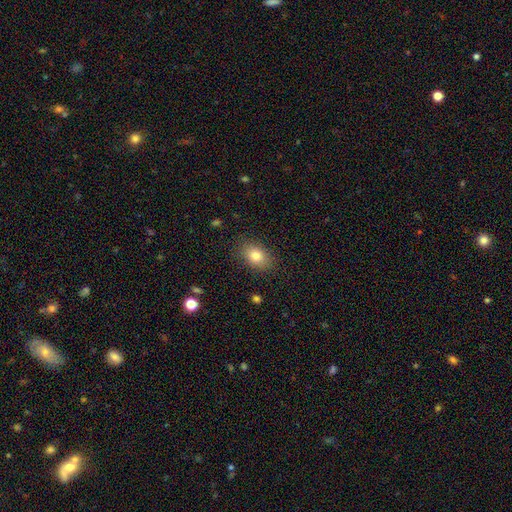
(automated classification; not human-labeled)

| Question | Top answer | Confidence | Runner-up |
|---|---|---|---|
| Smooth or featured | smooth | 82% | star or artifact (9%) |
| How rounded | in between | 80% | round (19%) |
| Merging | none | 85% | minor disturbance (11%) |